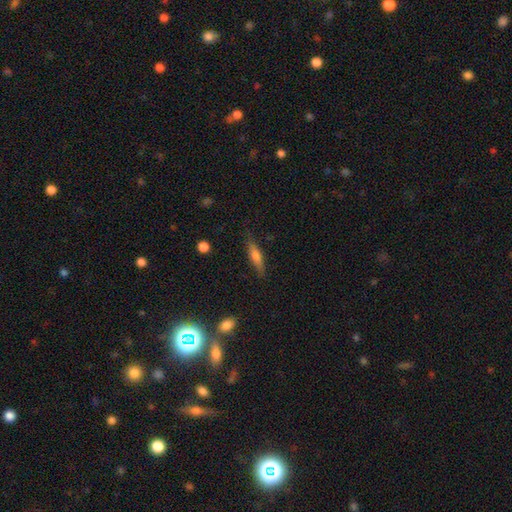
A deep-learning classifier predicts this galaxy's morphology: smooth-or-featured: smooth: 52% | featured or disk: 40% | star or artifact: 8%
  how-rounded: cigar-shaped: 77% | in between: 20% | round: 2%
  merging: none: 82% | minor disturbance: 13% | major disturbance: 3% | merger: 2%